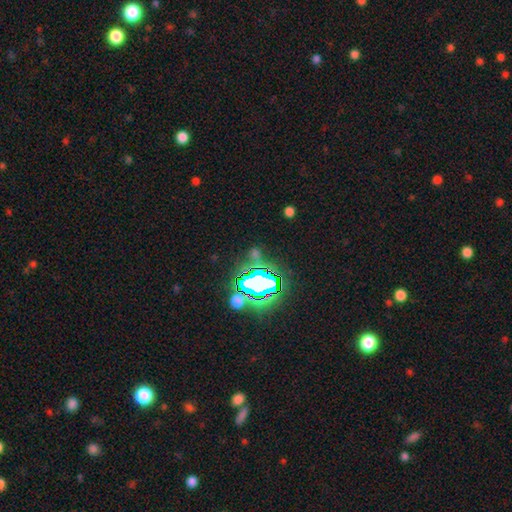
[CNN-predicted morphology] Smooth or featured?
  - star or artifact: 67% *
  - smooth: 21%
  - featured or disk: 12%